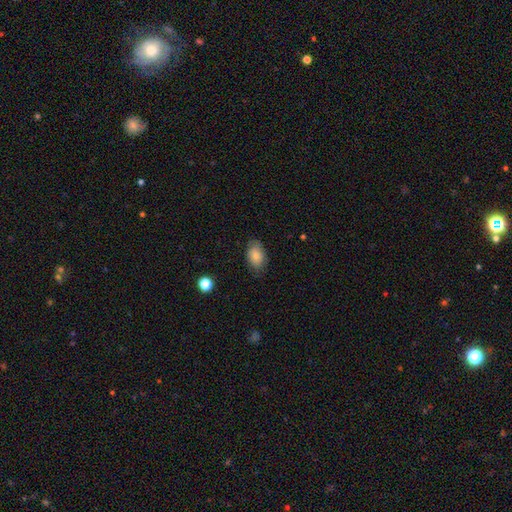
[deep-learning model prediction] This is clearly a smooth galaxy (83%). How rounded: clearly in between (90%). Merging: likely none (78%).